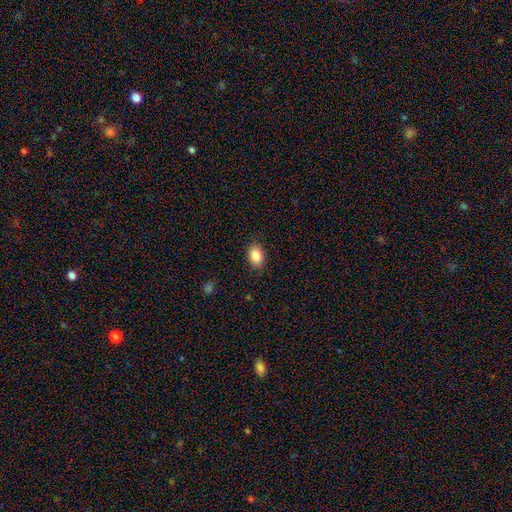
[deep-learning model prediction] smooth-or-featured: smooth: 87% | star or artifact: 8% | featured or disk: 5%
  how-rounded: in between: 79% | round: 20% | cigar-shaped: 1%
  merging: none: 87% | minor disturbance: 9% | major disturbance: 2% | merger: 1%